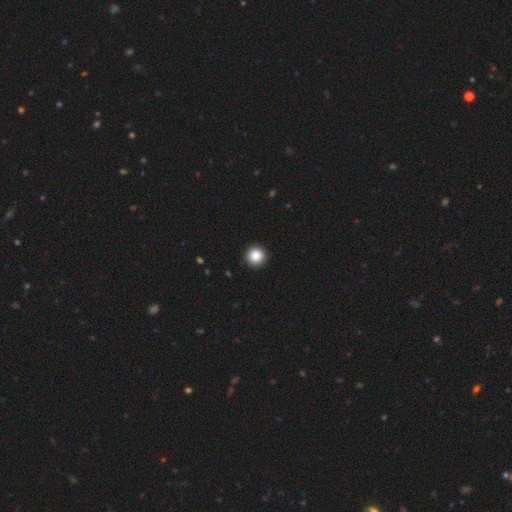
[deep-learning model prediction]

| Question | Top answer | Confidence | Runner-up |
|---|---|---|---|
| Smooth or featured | smooth | 87% | star or artifact (10%) |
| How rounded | round | 96% | in between (3%) |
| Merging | none | 93% | minor disturbance (4%) |